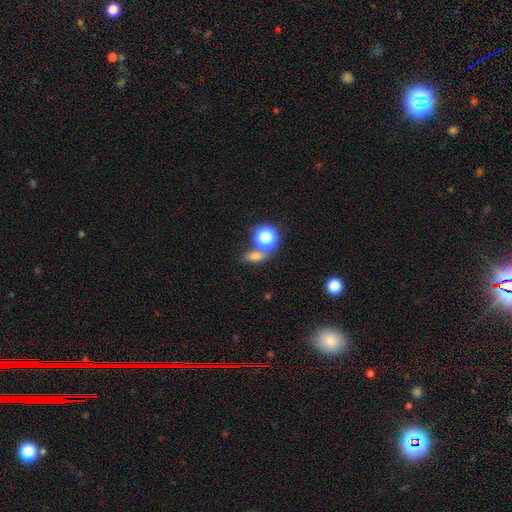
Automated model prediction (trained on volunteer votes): The model was most divided on "how rounded": in between: 62%, round: 32%, cigar-shaped: 7%. More confident: smooth or featured — smooth (70%); merging — none (59%).